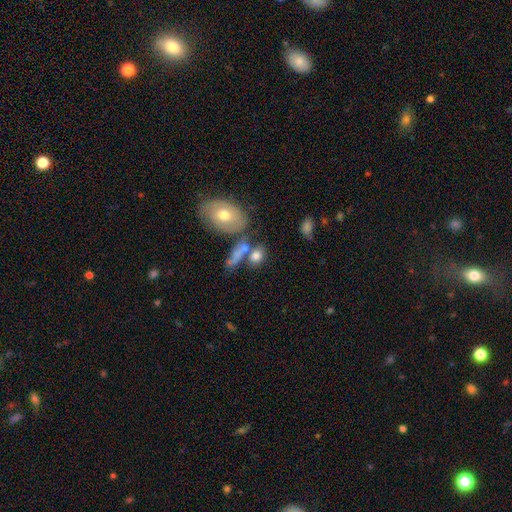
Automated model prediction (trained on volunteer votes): This appears to be a smooth galaxy with no disk features (75%) that is in between round and cigar-shaped (66%). Merging: none (44%).